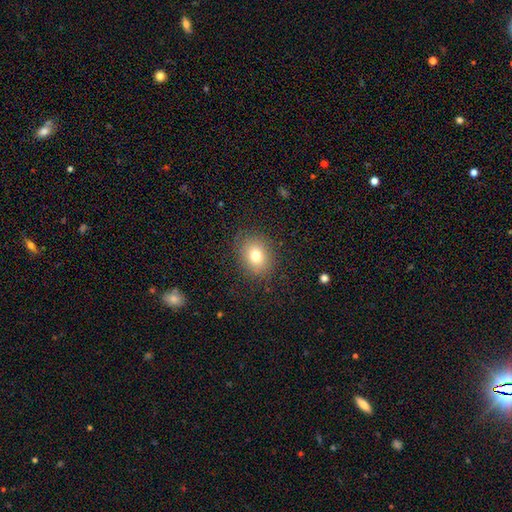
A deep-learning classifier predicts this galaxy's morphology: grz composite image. It shows a smooth galaxy with no disk features (76%) that is round (57%). Merging: none (85%).